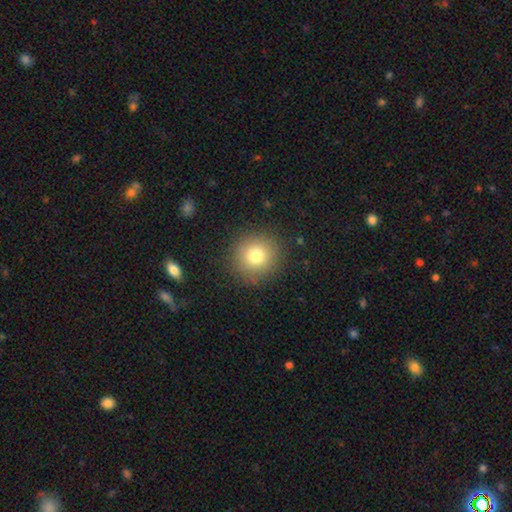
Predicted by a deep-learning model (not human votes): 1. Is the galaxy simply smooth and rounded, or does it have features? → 78% smooth, 12% star or artifact, 10% featured or disk.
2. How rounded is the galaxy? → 93% round, 6% in between, 1% cigar-shaped.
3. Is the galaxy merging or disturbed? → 88% none, 8% minor disturbance, 3% major disturbance, 1% merger.